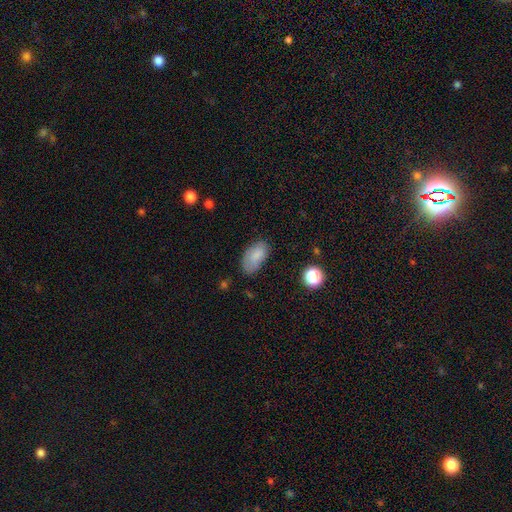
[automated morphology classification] Q: Smooth or featured?
A: smooth (81%); runner-up: featured or disk (11%)
Q: How rounded?
A: in between (93%); runner-up: round (4%)
Q: Merging?
A: none (70%); runner-up: minor disturbance (22%)